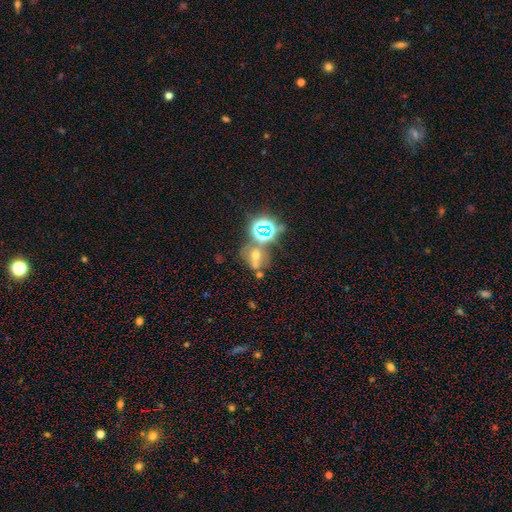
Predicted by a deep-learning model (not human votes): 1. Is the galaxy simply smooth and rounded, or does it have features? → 44% star or artifact, 35% smooth, 21% featured or disk.